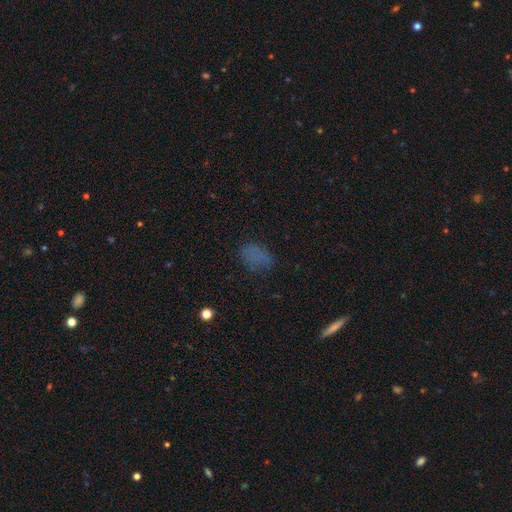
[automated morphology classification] Overall: smooth (68%). How rounded: in between (82%). Merging: none (66%).